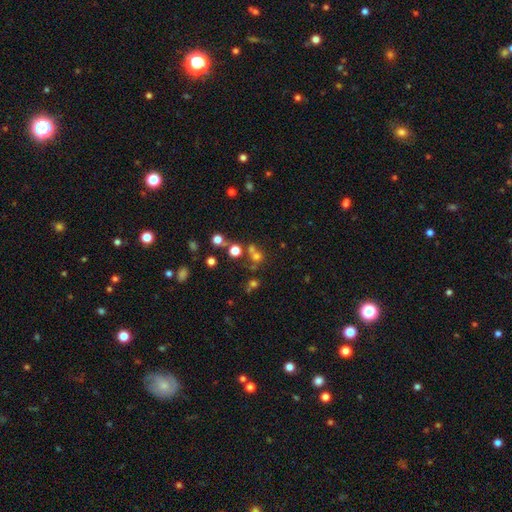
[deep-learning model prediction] Smooth or featured: smooth — 58% (star or artifact — 29%)
How rounded: round — 84% (in between — 15%)
Merging: none — 55% (merger — 32%)